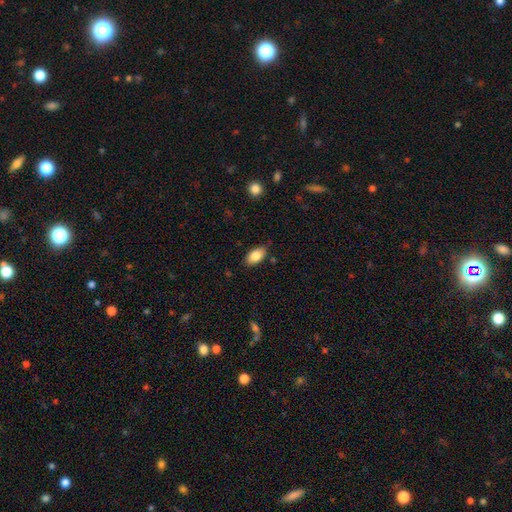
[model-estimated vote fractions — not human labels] Smooth or featured?
  - smooth: 83% *
  - featured or disk: 10%
  - star or artifact: 7%
How rounded?
  - in between: 92% *
  - round: 5%
  - cigar-shaped: 3%
Merging?
  - none: 79% *
  - minor disturbance: 17%
  - major disturbance: 3%
  - merger: 2%